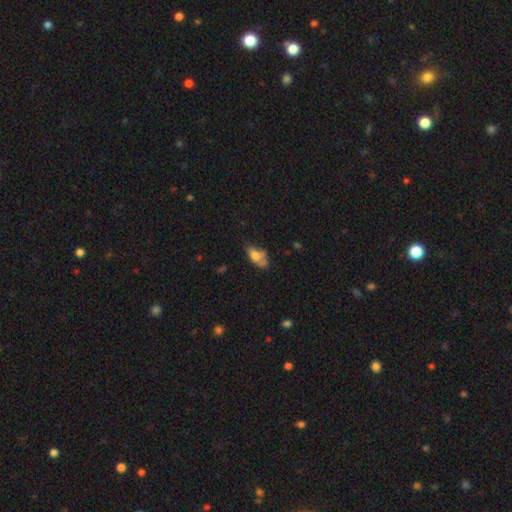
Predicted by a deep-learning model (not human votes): smooth 62%, featured or disk 27%, star or artifact 11%. Down the decision tree: how rounded — in between (86%); merging — none (31%).